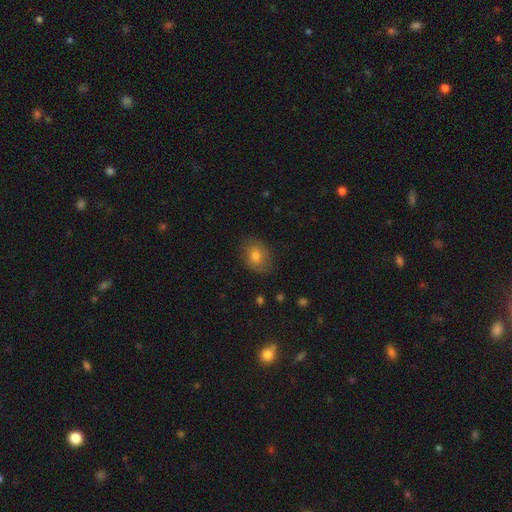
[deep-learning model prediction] Q: Smooth or featured?
A: smooth (73%); runner-up: featured or disk (16%)
Q: How rounded?
A: in between (57%); runner-up: round (42%)
Q: Merging?
A: none (79%); runner-up: minor disturbance (16%)